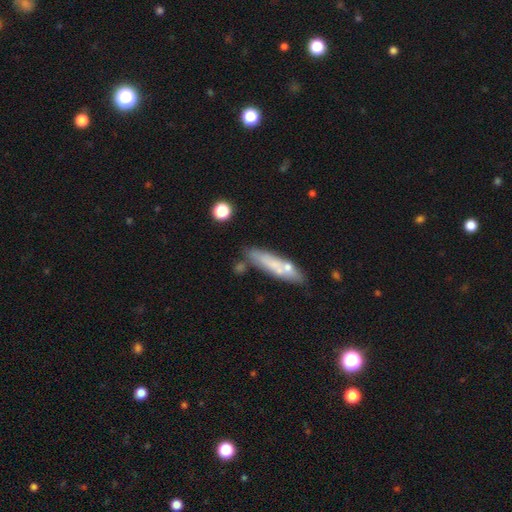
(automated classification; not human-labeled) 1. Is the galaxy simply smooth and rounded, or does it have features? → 63% smooth, 29% featured or disk, 8% star or artifact.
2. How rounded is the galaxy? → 77% cigar-shaped, 20% in between, 3% round.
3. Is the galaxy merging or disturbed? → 66% none, 17% minor disturbance, 12% merger, 5% major disturbance.